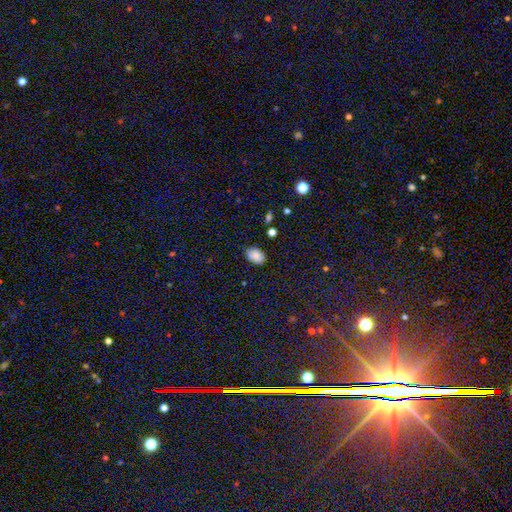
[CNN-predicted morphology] Overall: smooth (86%). How rounded: in between (81%). Merging: none (83%).